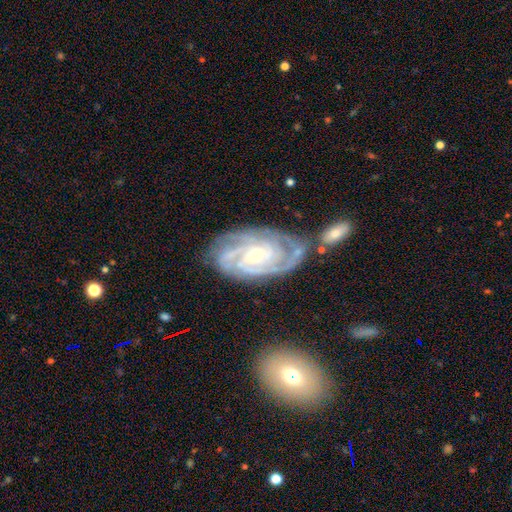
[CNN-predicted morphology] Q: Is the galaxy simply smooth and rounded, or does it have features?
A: featured or disk — 90%.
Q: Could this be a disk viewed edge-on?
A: no — 96%.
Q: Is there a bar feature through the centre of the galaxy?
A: no — 47%.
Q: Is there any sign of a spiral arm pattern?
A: yes — 98%.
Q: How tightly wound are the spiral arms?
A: tight — 73%.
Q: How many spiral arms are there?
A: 3 — 32%.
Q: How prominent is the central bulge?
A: small — 58%.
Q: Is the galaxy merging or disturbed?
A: none — 69%.